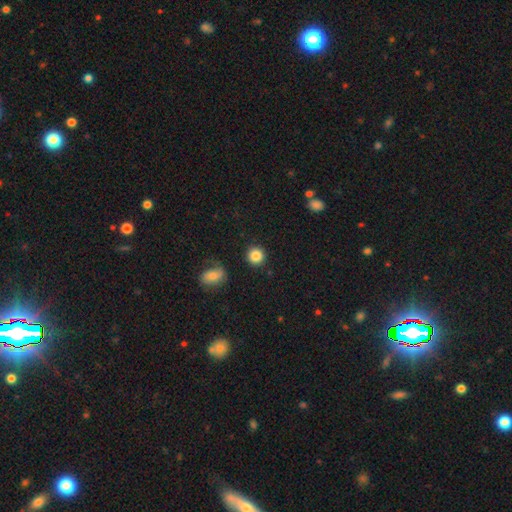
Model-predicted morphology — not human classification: Smooth or featured?
  - smooth: 86% *
  - star or artifact: 10%
  - featured or disk: 5%
How rounded?
  - round: 92% *
  - in between: 7%
  - cigar-shaped: 1%
Merging?
  - none: 89% *
  - minor disturbance: 6%
  - major disturbance: 2%
  - merger: 2%